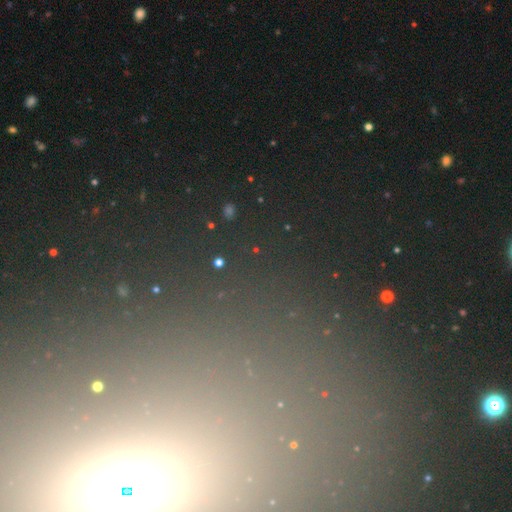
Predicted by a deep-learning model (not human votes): This is likely a star or artifact rather than a galaxy (69%).